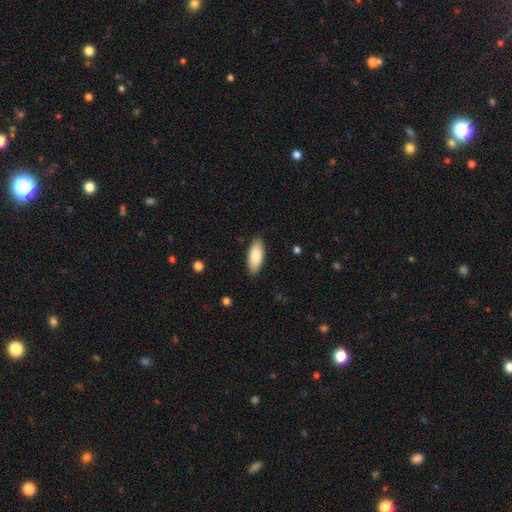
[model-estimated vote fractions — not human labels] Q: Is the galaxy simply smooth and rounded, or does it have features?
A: smooth — 83%.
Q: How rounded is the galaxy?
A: in between — 82%.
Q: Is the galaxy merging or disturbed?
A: none — 87%.